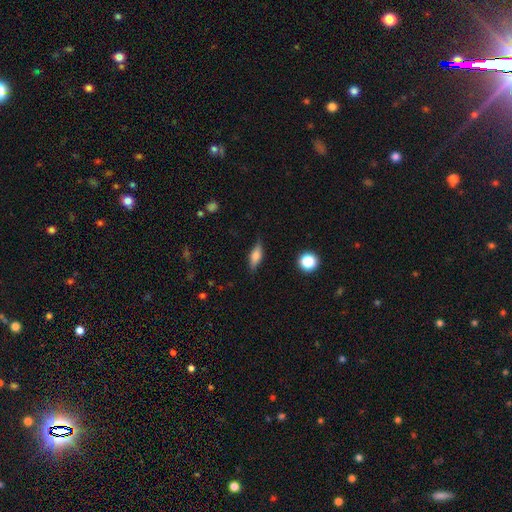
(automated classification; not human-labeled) A smooth galaxy with no disk features (55%) that is in between round and cigar-shaped (62%).

Vote fractions:
- Smooth or featured? smooth: 55% / featured or disk: 36% / star or artifact: 9%
- How rounded? in between: 62% / cigar-shaped: 32% / round: 6%
- Merging? none: 79% / minor disturbance: 16% / major disturbance: 4% / merger: 1%